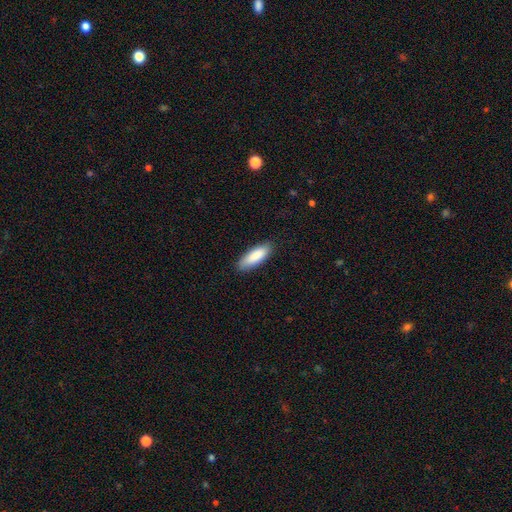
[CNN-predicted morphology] A smooth galaxy with no disk features (88%) that is in between round and cigar-shaped (60%). Merging: none (86%).